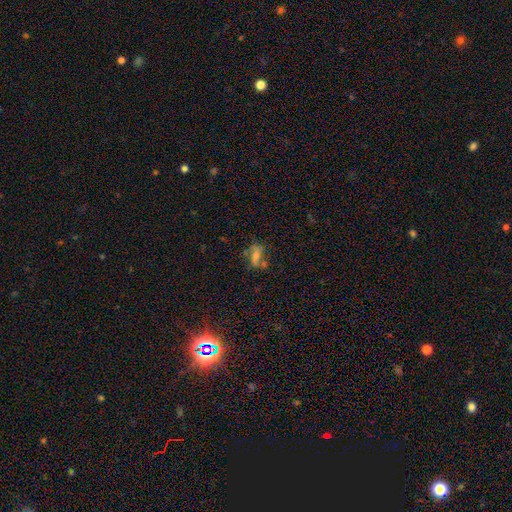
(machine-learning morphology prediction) Overall: featured or disk (40%; smooth 32%). Merging: none (53%; minor disturbance 19%).